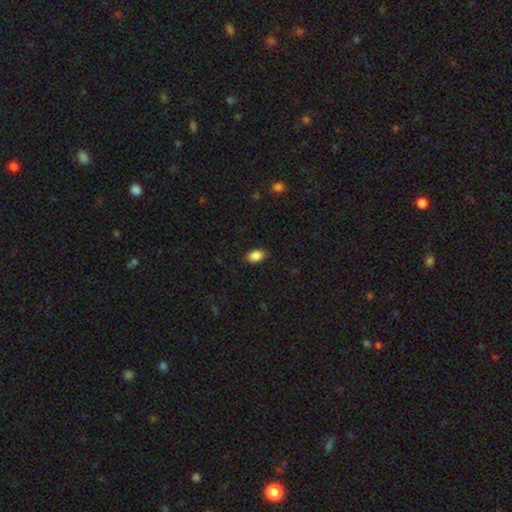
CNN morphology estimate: Smooth or featured?
  - smooth: 87% *
  - star or artifact: 8%
  - featured or disk: 5%
How rounded?
  - in between: 89% *
  - round: 9%
  - cigar-shaped: 2%
Merging?
  - none: 87% *
  - minor disturbance: 10%
  - major disturbance: 2%
  - merger: 1%